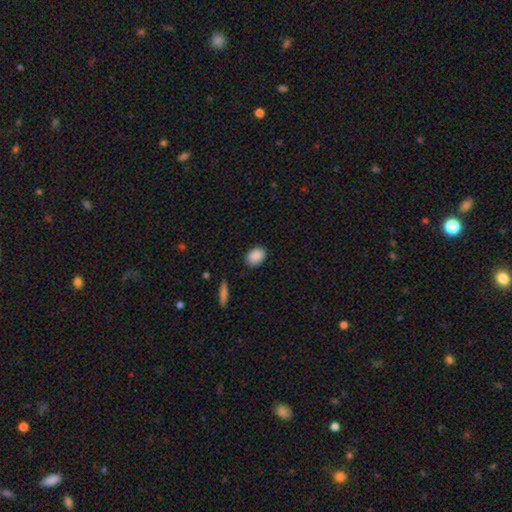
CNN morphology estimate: A smooth galaxy with no disk features (89%) that is in between round and cigar-shaped (68%).

Vote fractions:
- Smooth or featured? smooth: 89% / star or artifact: 7% / featured or disk: 4%
- How rounded? in between: 68% / round: 31% / cigar-shaped: 1%
- Merging? none: 87% / minor disturbance: 10% / major disturbance: 2% / merger: 1%